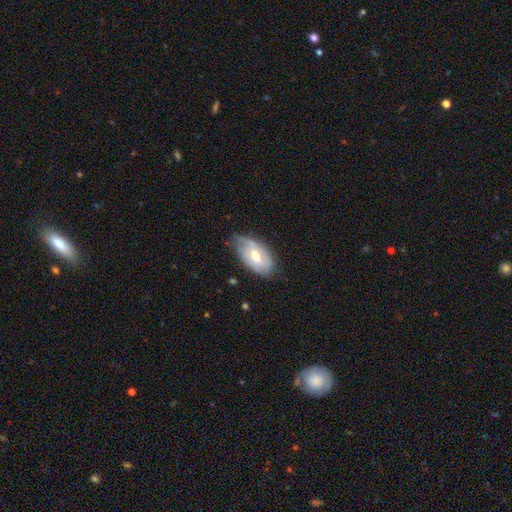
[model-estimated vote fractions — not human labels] Q: Smooth or featured?
A: featured or disk (60%); runner-up: smooth (34%)
Q: Edge-on disk?
A: no (89%); runner-up: yes (11%)
Q: Bar?
A: weak (48%); runner-up: no (33%)
Q: Spiral arms?
A: yes (72%); runner-up: no (28%)
Q: Bulge size?
A: moderate (72%); runner-up: small (19%)
Q: Merging?
A: none (56%); runner-up: minor disturbance (34%)